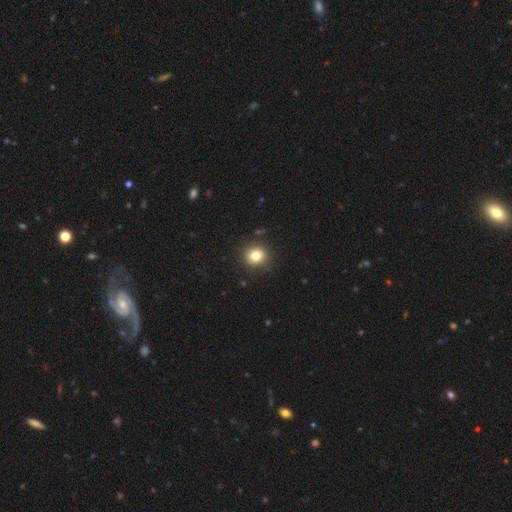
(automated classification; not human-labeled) Smooth or featured? smooth (81%)
How rounded? round (89%)
Merging? none (89%)